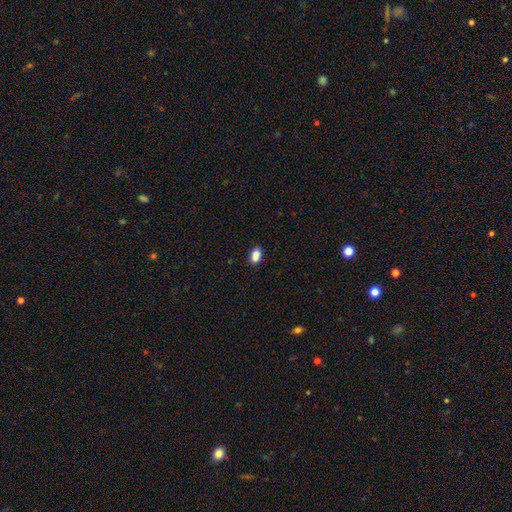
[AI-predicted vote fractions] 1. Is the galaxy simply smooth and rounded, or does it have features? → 83% smooth, 12% star or artifact, 6% featured or disk.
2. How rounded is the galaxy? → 84% in between, 14% round, 2% cigar-shaped.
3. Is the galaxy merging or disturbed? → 70% none, 14% minor disturbance, 13% merger, 3% major disturbance.